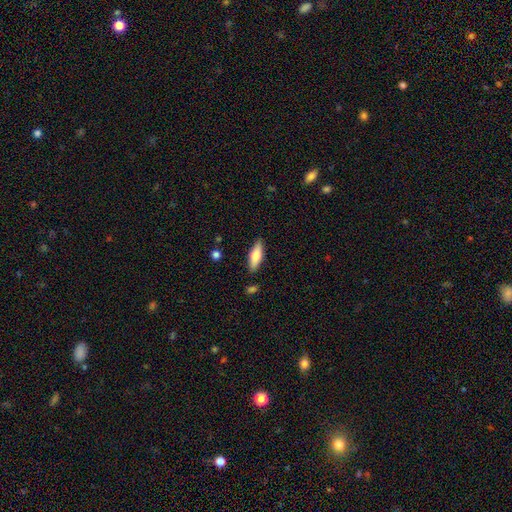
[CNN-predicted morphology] smooth 66%, featured or disk 27%, star or artifact 6%. Down the decision tree: how rounded — in between (57%); merging — none (85%).